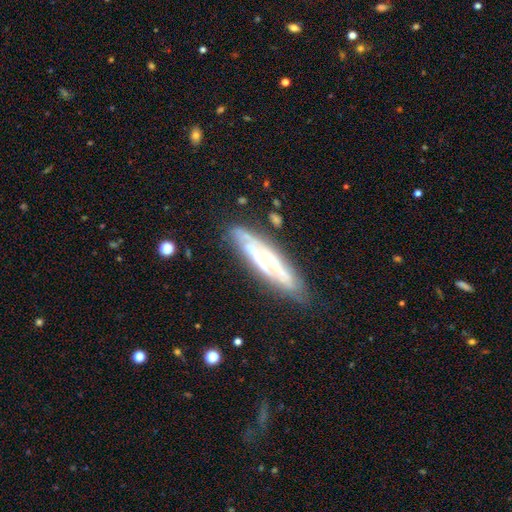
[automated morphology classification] Smooth or featured: featured or disk — 69% (smooth — 23%)
Edge-on disk: yes — 57% (no — 43%)
Merging: none — 75% (minor disturbance — 17%)